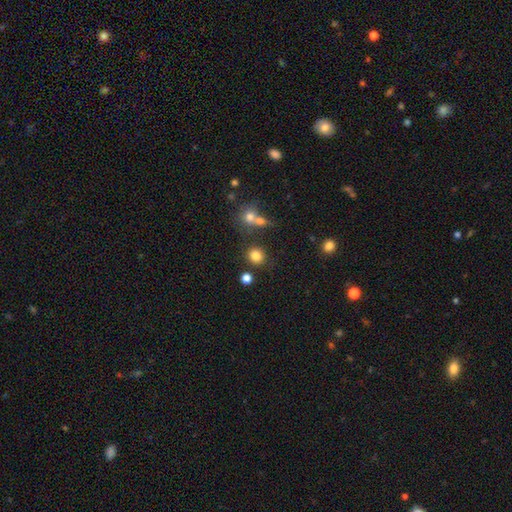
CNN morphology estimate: smooth-or-featured: smooth: 82% | star or artifact: 13% | featured or disk: 6%
  how-rounded: round: 83% | in between: 16% | cigar-shaped: 1%
  merging: none: 77% | merger: 10% | minor disturbance: 9% | major disturbance: 4%